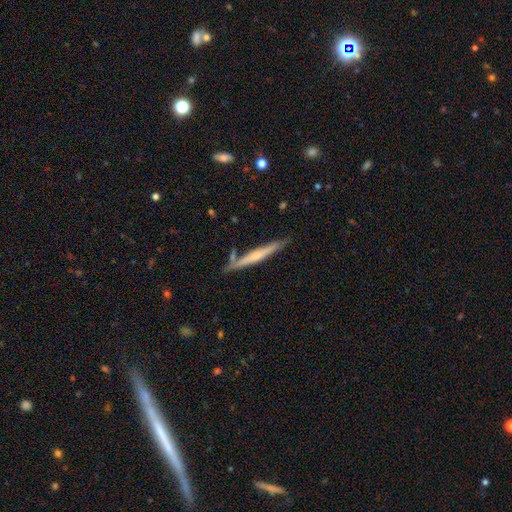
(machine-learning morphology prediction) A featured or disk galaxy (59%) viewed edge-on (96%) with a rounded central bulge (58%).

Vote fractions:
- Smooth or featured? featured or disk: 59% / smooth: 35% / star or artifact: 6%
- Edge-on disk? yes: 96% / no: 4%
- Edge-on bulge? rounded: 58% / none: 37% / boxy: 5%
- Merging? none: 81% / minor disturbance: 12% / merger: 5% / major disturbance: 2%